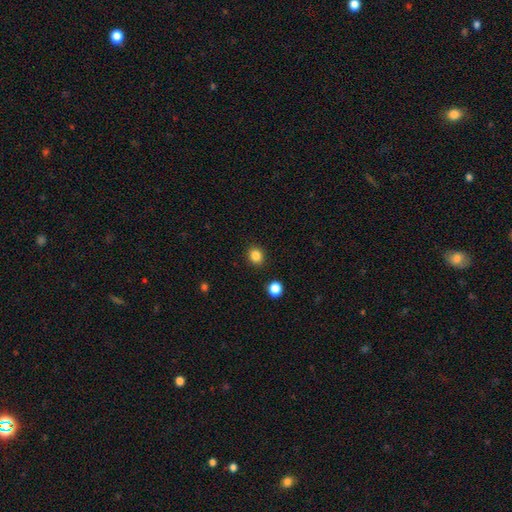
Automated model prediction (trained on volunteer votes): Overall: smooth (85%). How rounded: round (75%). Merging: none (89%).